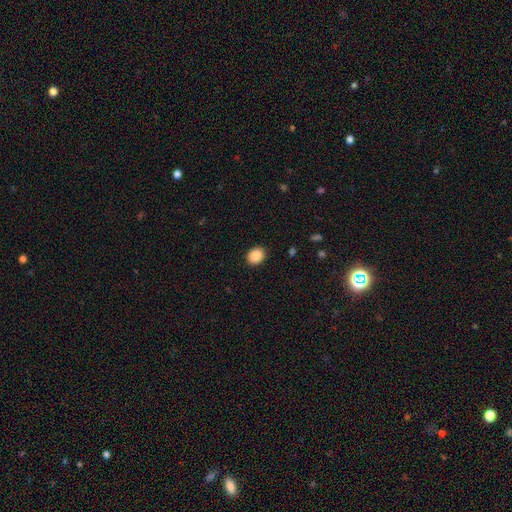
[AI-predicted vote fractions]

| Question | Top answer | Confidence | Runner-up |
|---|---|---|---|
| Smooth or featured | smooth | 89% | star or artifact (8%) |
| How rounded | round | 52% | in between (47%) |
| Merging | none | 90% | minor disturbance (7%) |